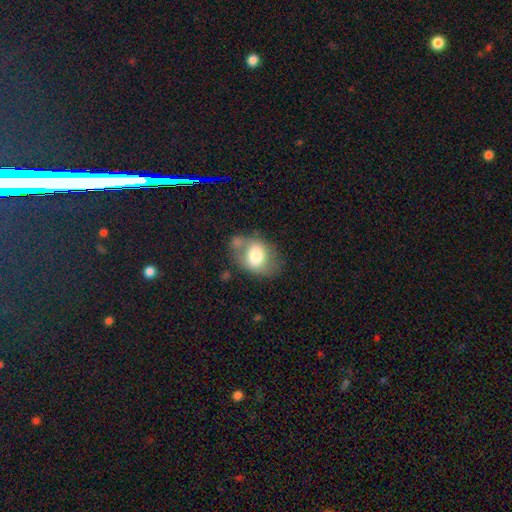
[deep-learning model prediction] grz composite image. It shows a smooth galaxy with no disk features (69%) that is in between round and cigar-shaped (68%). Merging: none (46%).